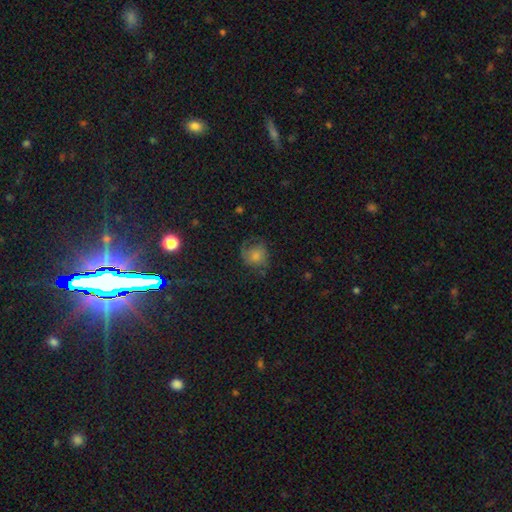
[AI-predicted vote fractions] This appears to be a smooth galaxy with no disk features (60%) that is round (77%). Merging: none (54%).